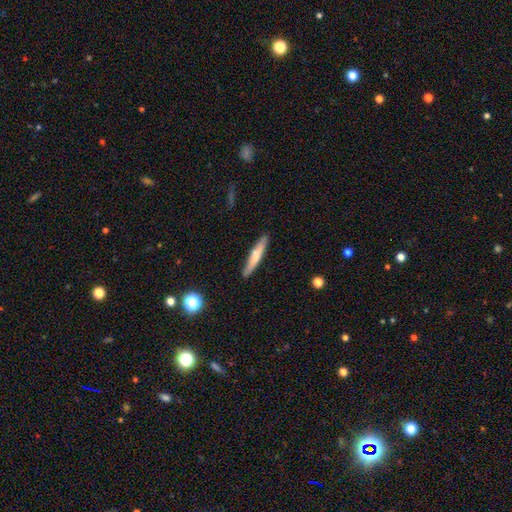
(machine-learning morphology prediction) The model was most divided on "smooth or featured": smooth: 63%, featured or disk: 31%, star or artifact: 6%. More confident: how rounded — cigar-shaped (92%); merging — none (88%).